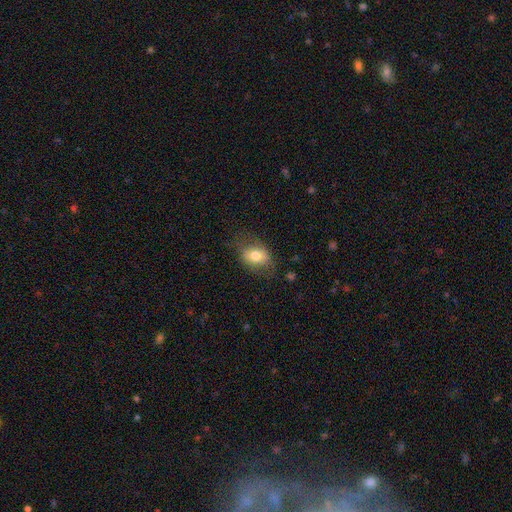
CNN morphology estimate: Smooth or featured? smooth (71%)
How rounded? in between (76%)
Merging? none (66%)